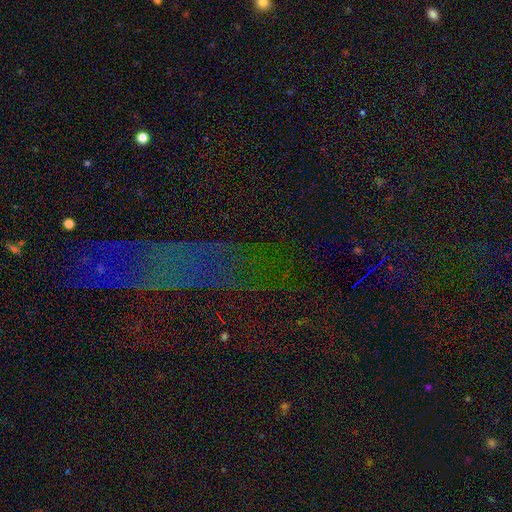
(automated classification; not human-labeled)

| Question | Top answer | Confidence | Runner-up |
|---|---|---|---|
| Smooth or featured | star or artifact | 72% | smooth (14%) |